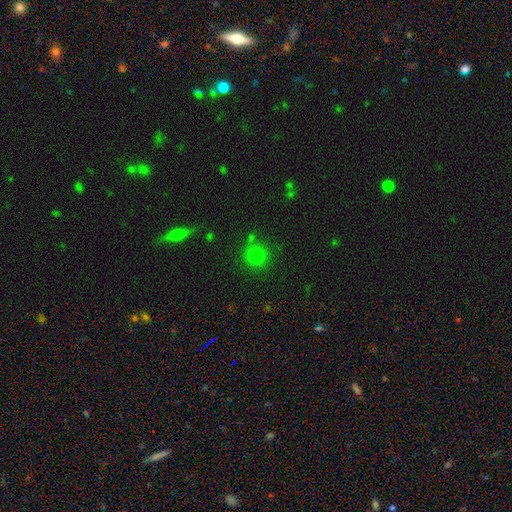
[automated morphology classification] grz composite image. It shows a smooth galaxy with no disk features (75%) that is round (93%). Merging: none (77%).